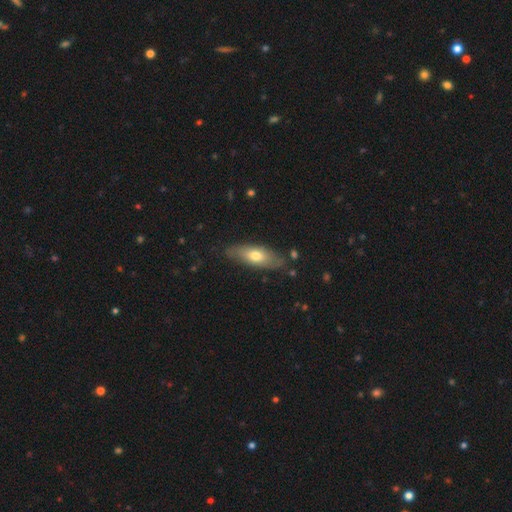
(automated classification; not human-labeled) Overall: smooth (63%; featured or disk 32%). How rounded: in between (66%; cigar-shaped 32%). Merging: none (79%).